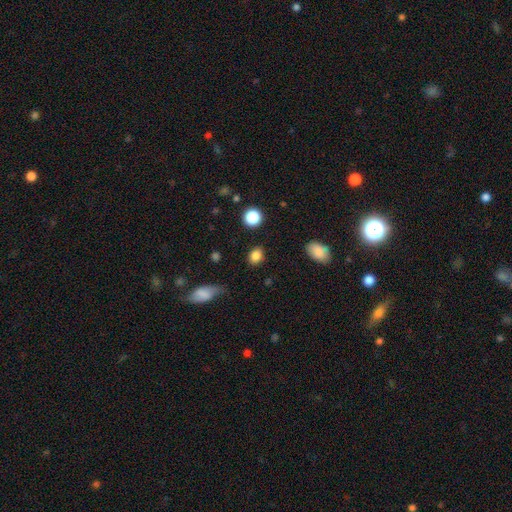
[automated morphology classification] The model was most divided on "how rounded": in between: 55%, round: 43%, cigar-shaped: 1%. More confident: merging — none (85%); smooth or featured — smooth (85%).